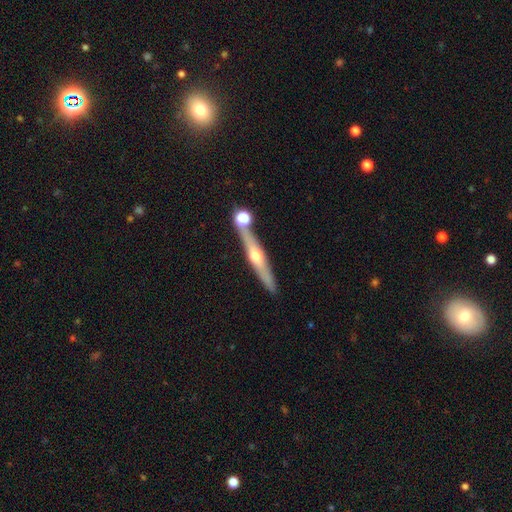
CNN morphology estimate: Smooth or featured?
  - featured or disk: 63% *
  - smooth: 30%
  - star or artifact: 6%
Edge-on disk?
  - yes: 95% *
  - no: 5%
Edge-on bulge?
  - rounded: 92% *
  - none: 6%
  - boxy: 3%
Merging?
  - none: 77% *
  - merger: 11%
  - minor disturbance: 10%
  - major disturbance: 2%